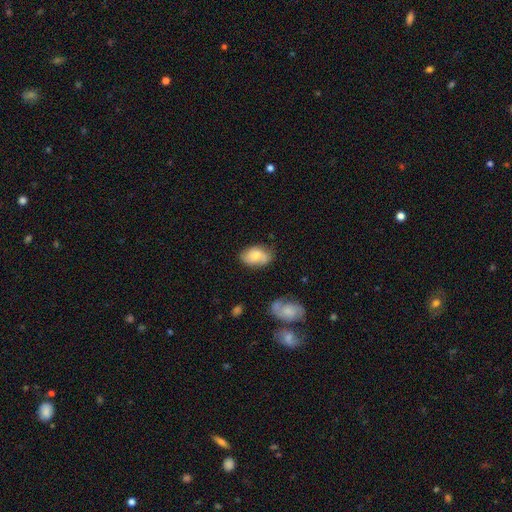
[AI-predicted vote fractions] Smooth or featured? Predicted: smooth (p=0.62). How rounded? Predicted: in between (p=0.87). Merging? Predicted: none (p=0.64).